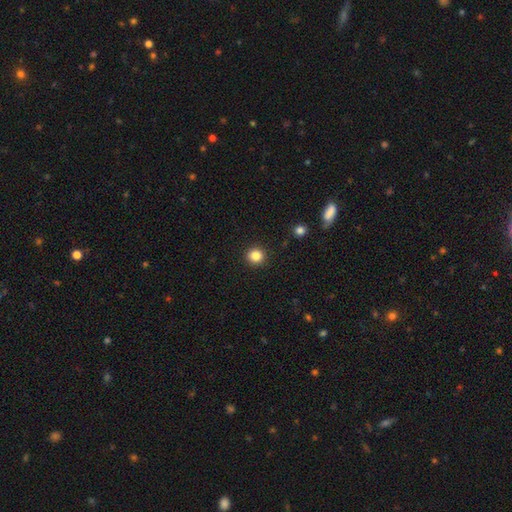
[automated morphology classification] The model was most divided on "smooth or featured": smooth: 84%, star or artifact: 12%, featured or disk: 5%. More confident: how rounded — round (93%); merging — none (92%).